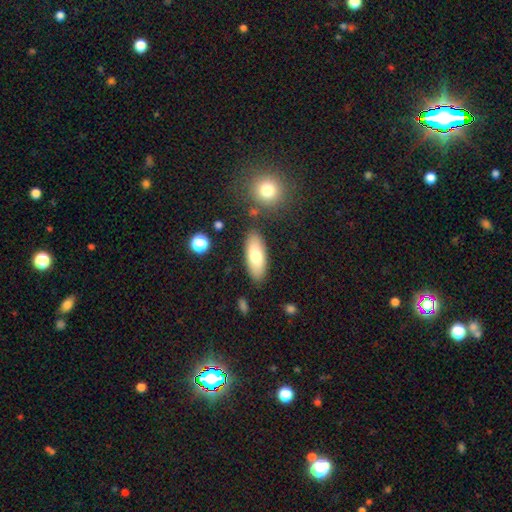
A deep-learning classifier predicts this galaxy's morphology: Smooth or featured?
  - smooth: 74% *
  - featured or disk: 20%
  - star or artifact: 6%
How rounded?
  - in between: 78% *
  - cigar-shaped: 20%
  - round: 2%
Merging?
  - none: 84% *
  - minor disturbance: 10%
  - merger: 3%
  - major disturbance: 3%